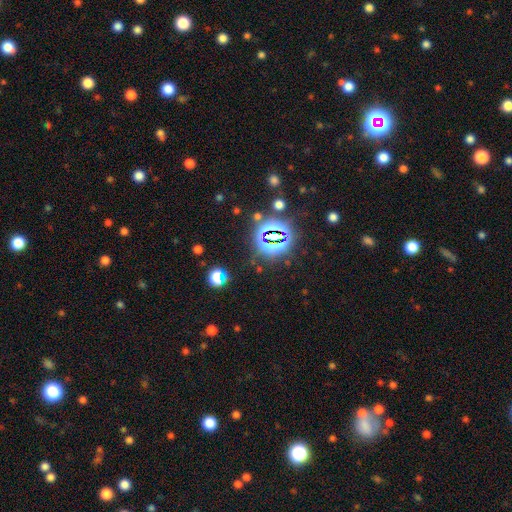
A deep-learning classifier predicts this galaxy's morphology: A star or artifact, not a galaxy (80%).